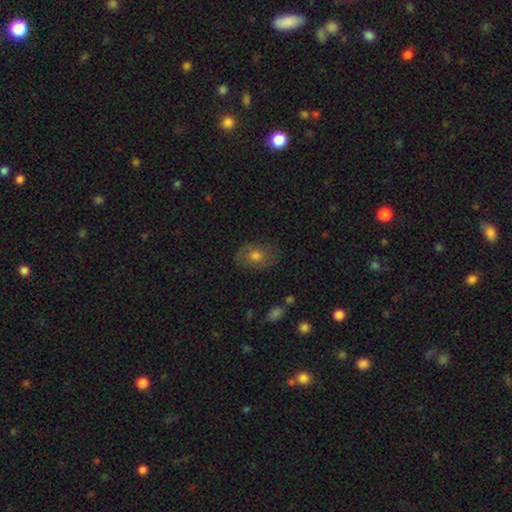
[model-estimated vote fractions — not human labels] Smooth or featured? Predicted: smooth (p=0.55). How rounded? Predicted: in between (p=0.68). Merging? Predicted: none (p=0.74).